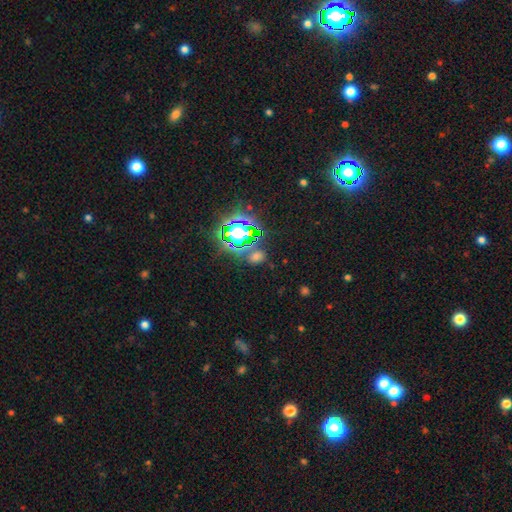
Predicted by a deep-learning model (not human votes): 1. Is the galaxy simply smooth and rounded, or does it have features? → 54% star or artifact, 37% smooth, 9% featured or disk.